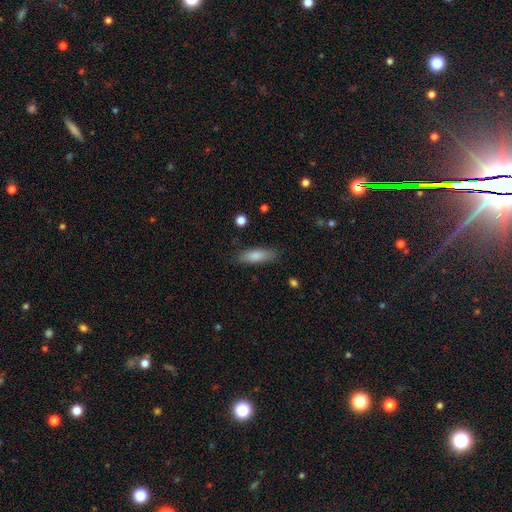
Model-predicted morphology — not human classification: This is clearly a smooth galaxy (81%). How rounded: possibly in between (51%). Merging: clearly none (82%).